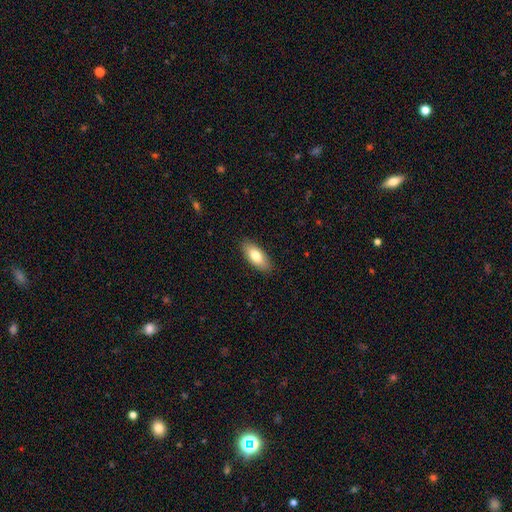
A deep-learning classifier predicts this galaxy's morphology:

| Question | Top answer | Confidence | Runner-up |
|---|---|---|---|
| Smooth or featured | smooth | 79% | featured or disk (15%) |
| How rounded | in between | 85% | cigar-shaped (13%) |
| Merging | none | 88% | minor disturbance (9%) |